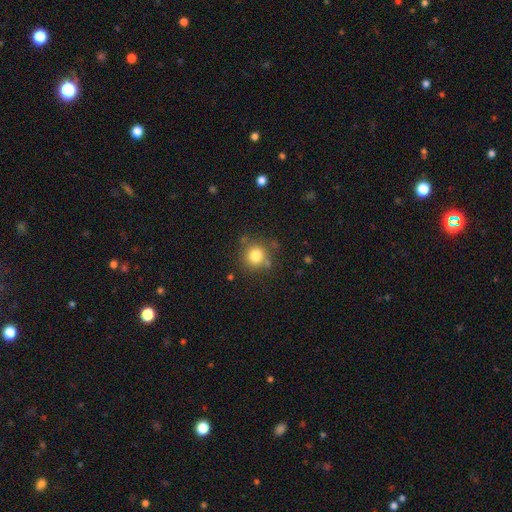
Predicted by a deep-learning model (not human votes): A smooth galaxy with no disk features (80%) that is round (91%). Merging: none (77%).